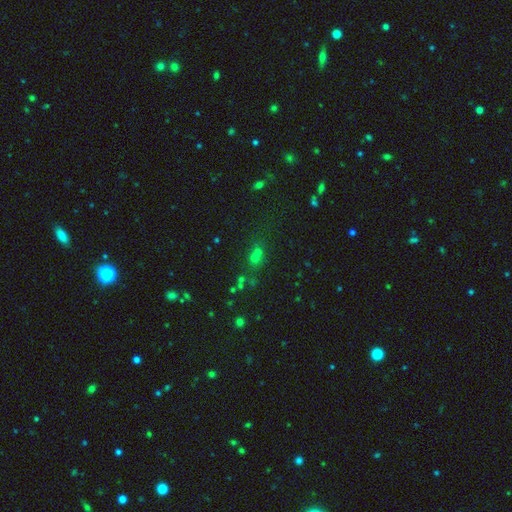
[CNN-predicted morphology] Smooth or featured: star or artifact — 47% (smooth — 39%)